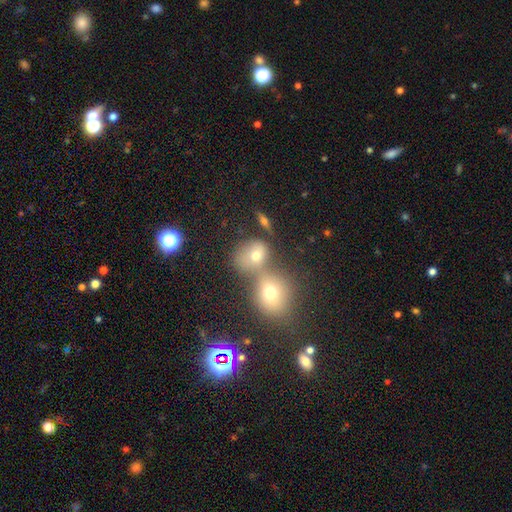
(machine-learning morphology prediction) Smooth or featured? Predicted: smooth (p=0.67). How rounded? Predicted: round (p=0.65). Merging? Predicted: merger (p=0.45).